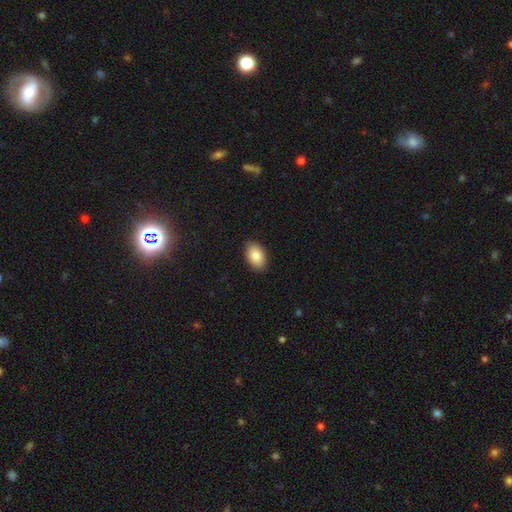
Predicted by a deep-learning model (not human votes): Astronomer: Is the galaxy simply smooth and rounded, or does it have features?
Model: smooth — 87%.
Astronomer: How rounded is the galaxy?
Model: in between — 92%.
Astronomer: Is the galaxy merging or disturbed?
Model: none — 88%.